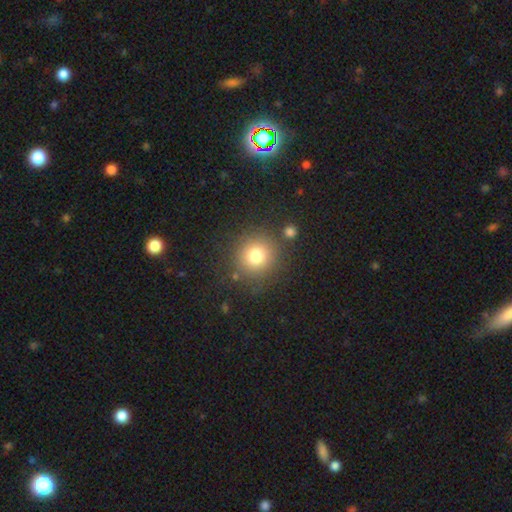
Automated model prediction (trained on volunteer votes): A smooth galaxy with no disk features (78%) that is round (91%).

Vote fractions:
- Smooth or featured? smooth: 78% / star or artifact: 13% / featured or disk: 9%
- How rounded? round: 91% / in between: 8% / cigar-shaped: 1%
- Merging? none: 82% / minor disturbance: 9% / merger: 5% / major disturbance: 4%